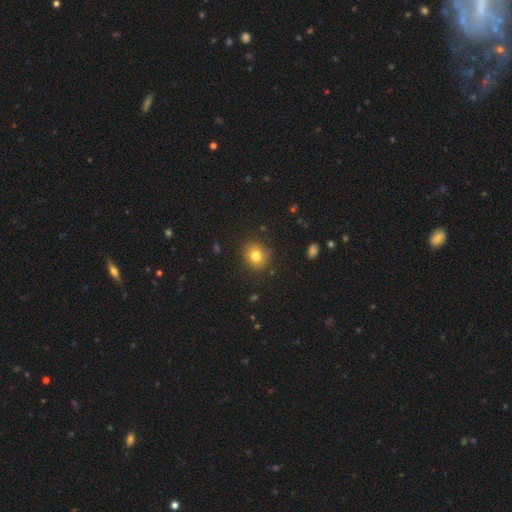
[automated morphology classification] type=smooth (79%); roundness=round (74%); merging=none (83%).